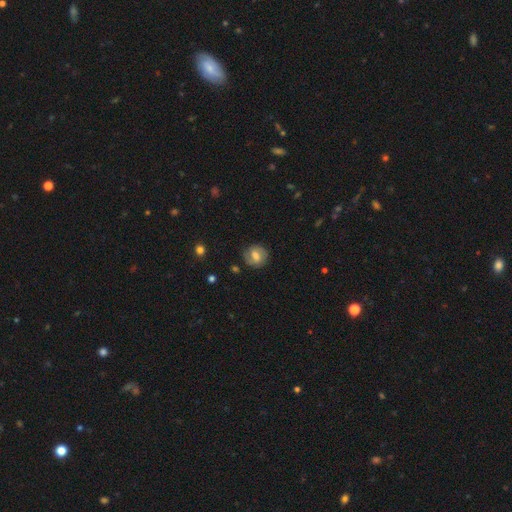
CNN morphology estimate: smooth_or_featured: smooth (p=0.61) [alt: featured or disk p=0.30]
how_rounded: round (p=0.76) [alt: in between p=0.23]
merging: none (p=0.79) [alt: minor disturbance p=0.15]